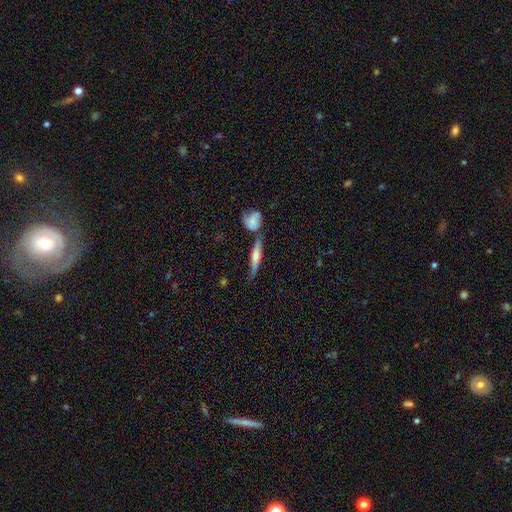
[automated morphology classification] type=featured or disk (48%); merging=none (62%).